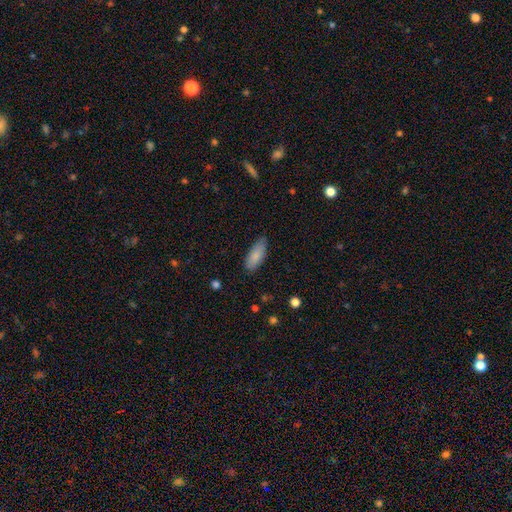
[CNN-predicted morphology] smooth 85%, featured or disk 9%, star or artifact 6%. Down the decision tree: how rounded — in between (77%); merging — none (75%).